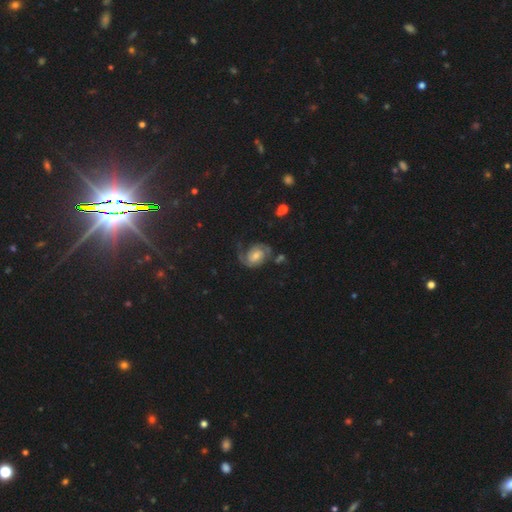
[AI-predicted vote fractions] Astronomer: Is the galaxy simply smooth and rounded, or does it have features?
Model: featured or disk — 76%.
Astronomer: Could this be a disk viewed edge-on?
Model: no — 98%.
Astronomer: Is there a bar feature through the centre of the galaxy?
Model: no — 52% (runner-up: weak, 39%).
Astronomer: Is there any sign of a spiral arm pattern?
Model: yes — 94%.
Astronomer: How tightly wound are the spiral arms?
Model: medium — 43% (runner-up: tight, 39%).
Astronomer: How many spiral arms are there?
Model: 2 — 82%.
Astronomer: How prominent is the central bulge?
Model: moderate — 50% (runner-up: small, 35%).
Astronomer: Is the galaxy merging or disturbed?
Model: none — 61%.